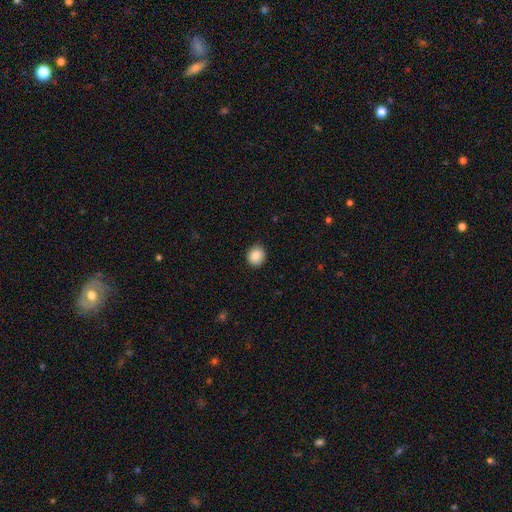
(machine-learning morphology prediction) This is clearly a smooth galaxy (87%). How rounded: likely round (76%). Merging: clearly none (87%).